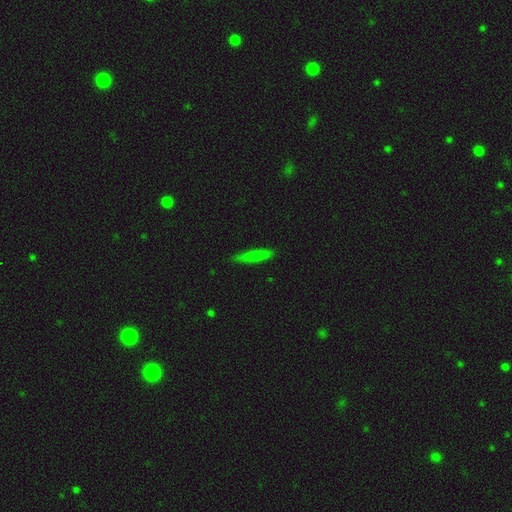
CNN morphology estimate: A smooth galaxy with no disk features (77%) that is cigar-shaped (84%).

Vote fractions:
- Smooth or featured? smooth: 77% / featured or disk: 15% / star or artifact: 8%
- How rounded? cigar-shaped: 84% / in between: 14% / round: 2%
- Merging? none: 86% / minor disturbance: 11% / major disturbance: 2% / merger: 1%